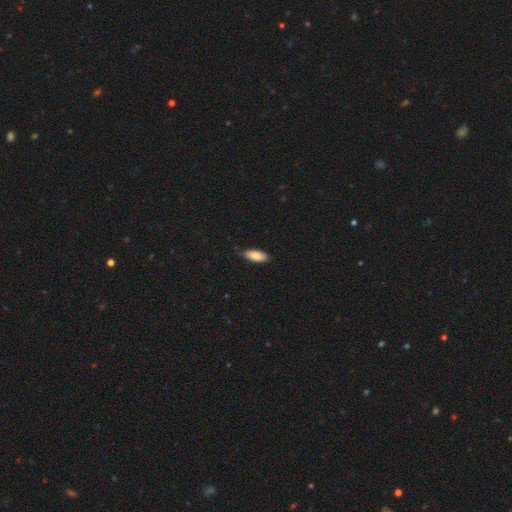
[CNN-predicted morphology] Smooth or featured: smooth — 84% (featured or disk — 10%)
How rounded: in between — 81% (cigar-shaped — 18%)
Merging: none — 85% (minor disturbance — 13%)